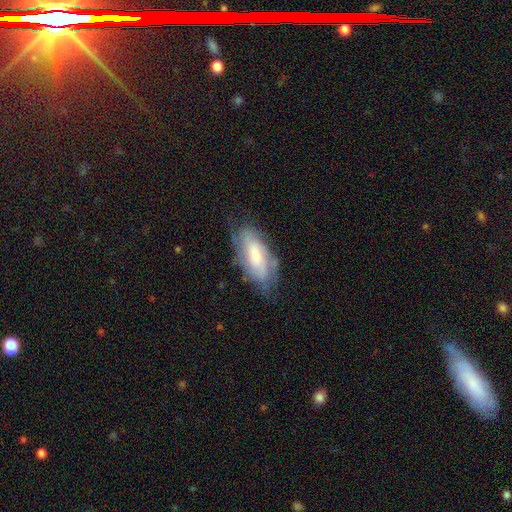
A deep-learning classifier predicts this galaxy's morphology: Q: Smooth or featured?
A: featured or disk (52%); runner-up: smooth (40%)
Q: Edge-on disk?
A: no (86%); runner-up: yes (14%)
Q: Merging?
A: none (65%); runner-up: minor disturbance (24%)